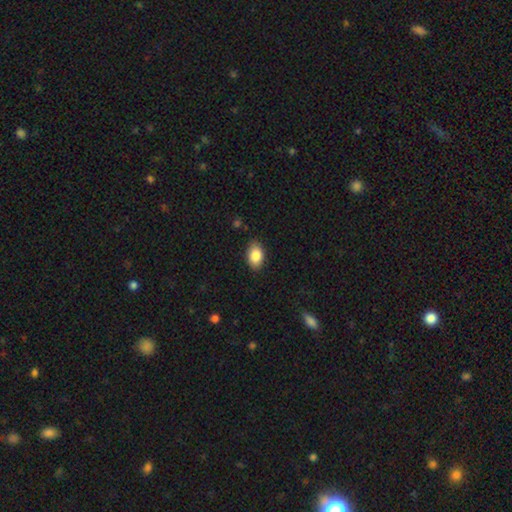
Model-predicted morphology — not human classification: The model was most divided on "merging": none: 84%, minor disturbance: 12%, major disturbance: 2%, merger: 1%. More confident: how rounded — in between (88%); smooth or featured — smooth (86%).